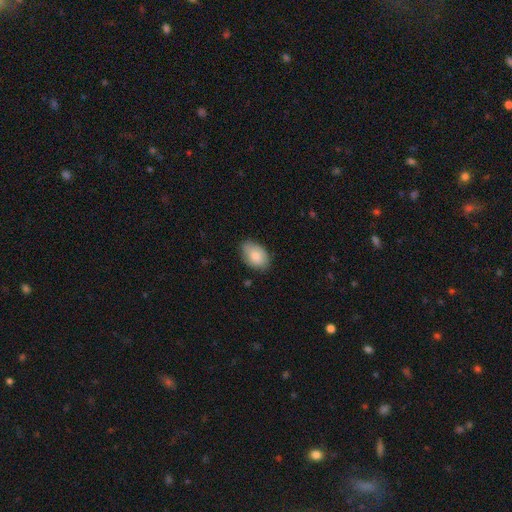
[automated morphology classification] Smooth or featured? Predicted: smooth (p=0.82). How rounded? Predicted: in between (p=0.89). Merging? Predicted: none (p=0.76).